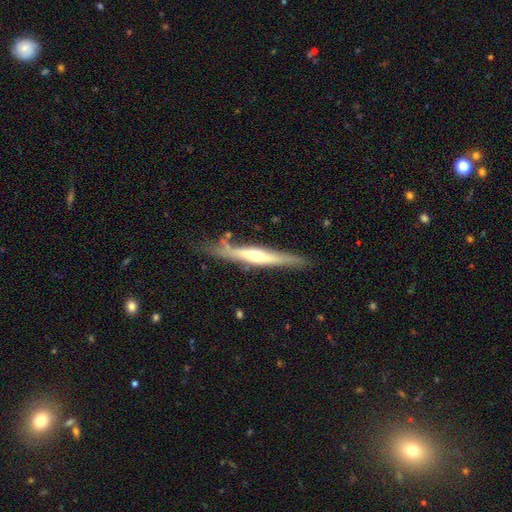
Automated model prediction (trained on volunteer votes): Smooth or featured? Predicted: featured or disk (p=0.67). Edge-on disk? Predicted: yes (p=0.93). Edge-on bulge? Predicted: rounded (p=0.79). Merging? Predicted: none (p=0.75).